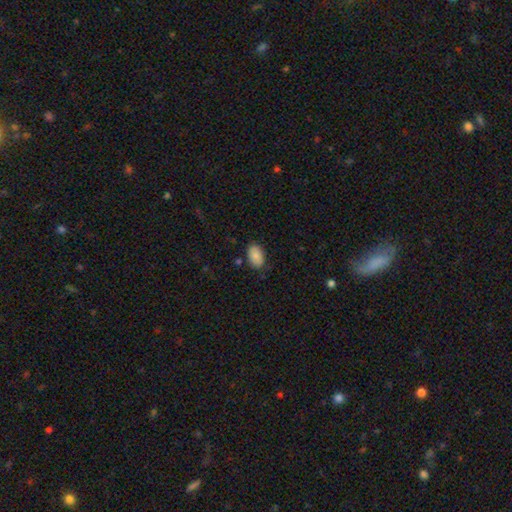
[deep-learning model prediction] Smooth or featured: smooth — 86% (featured or disk — 8%)
How rounded: in between — 91% (round — 7%)
Merging: none — 82% (minor disturbance — 13%)